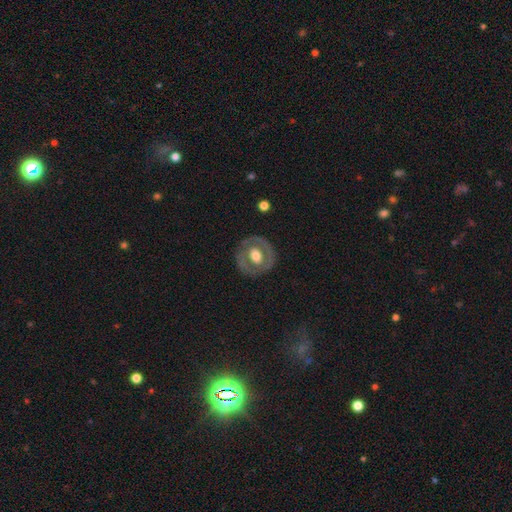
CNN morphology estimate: Smooth or featured?
  - featured or disk: 60% *
  - smooth: 35%
  - star or artifact: 5%
Edge-on disk?
  - no: 95% *
  - yes: 5%
Bar?
  - no: 65% *
  - weak: 25%
  - strong: 10%
Spiral arms?
  - no: 77% *
  - yes: 23%
Bulge size?
  - moderate: 58% *
  - large: 32%
  - small: 7%
  - dominant: 2%
  - none: 1%
Merging?
  - none: 79% *
  - minor disturbance: 13%
  - major disturbance: 6%
  - merger: 1%